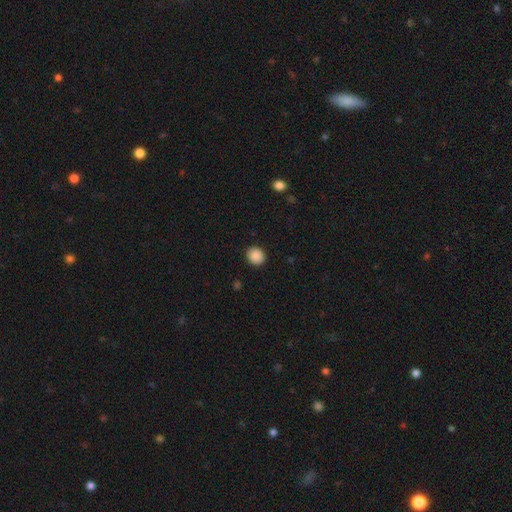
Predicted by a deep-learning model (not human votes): smooth-or-featured: smooth: 89% | star or artifact: 9% | featured or disk: 2%
  how-rounded: round: 80% | in between: 19% | cigar-shaped: 1%
  merging: none: 90% | minor disturbance: 6% | major disturbance: 2% | merger: 1%